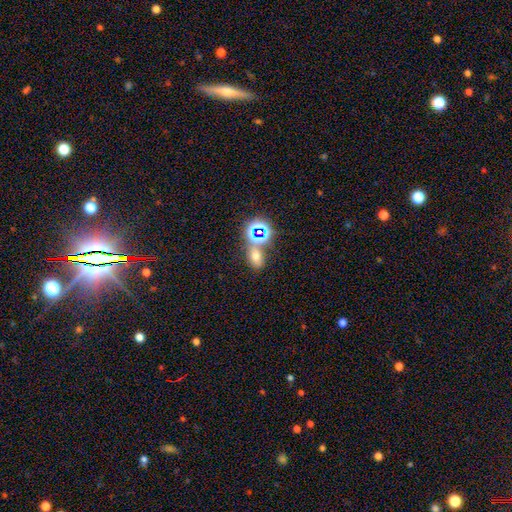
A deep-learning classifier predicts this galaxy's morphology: The model was most divided on "smooth or featured": smooth: 57%, star or artifact: 32%, featured or disk: 11%. More confident: how rounded — in between (75%); merging — none (60%).